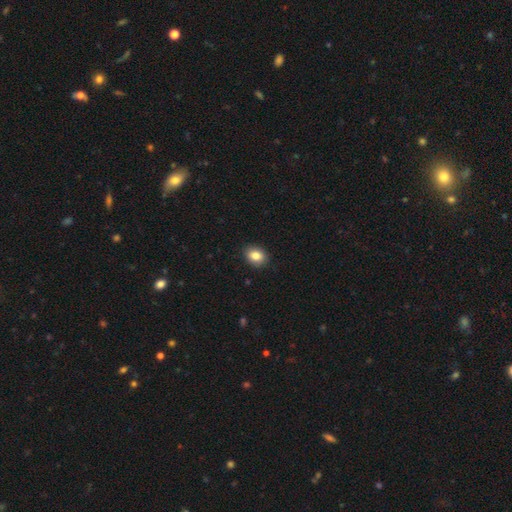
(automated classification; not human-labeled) A smooth galaxy with no disk features (84%) that is in between round and cigar-shaped (62%). Merging: none (89%).